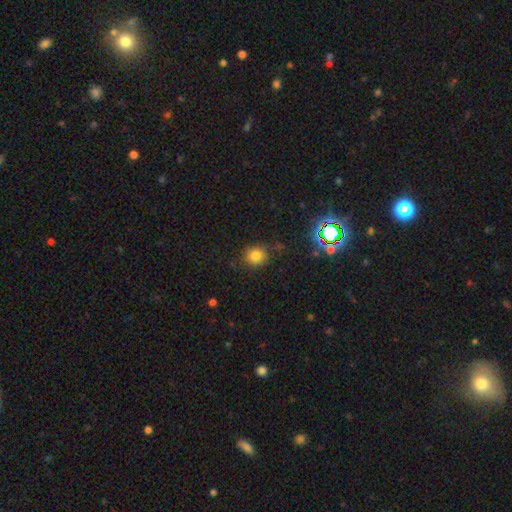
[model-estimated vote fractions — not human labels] Smooth or featured? smooth (79%)
How rounded? round (78%)
Merging? none (77%)